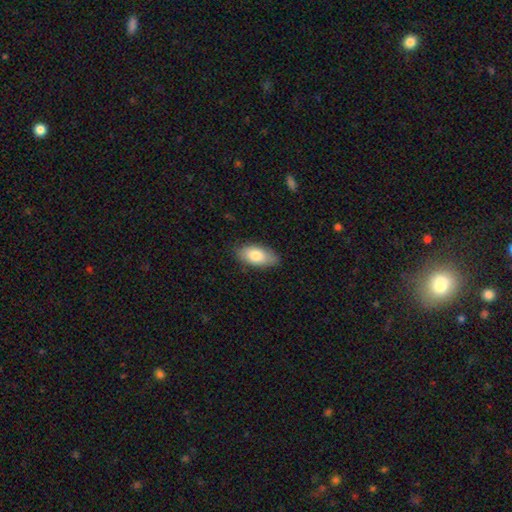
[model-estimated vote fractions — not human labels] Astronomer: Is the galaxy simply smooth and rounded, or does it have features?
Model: smooth — 79%.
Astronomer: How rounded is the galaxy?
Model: in between — 92%.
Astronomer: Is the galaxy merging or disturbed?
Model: none — 83%.